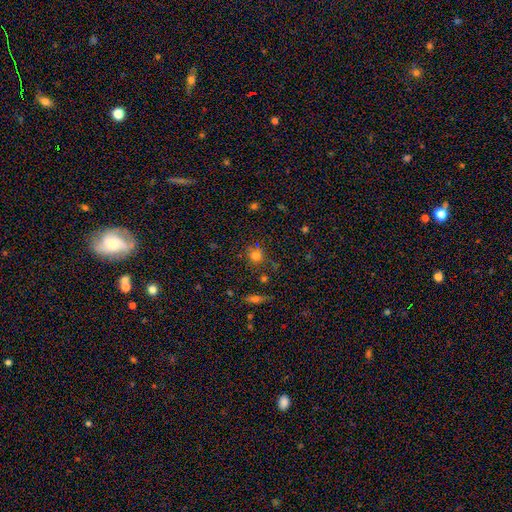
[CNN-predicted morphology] smooth-or-featured: smooth: 73% | star or artifact: 19% | featured or disk: 8%
  how-rounded: round: 85% | in between: 13% | cigar-shaped: 1%
  merging: none: 74% | minor disturbance: 13% | merger: 8% | major disturbance: 5%